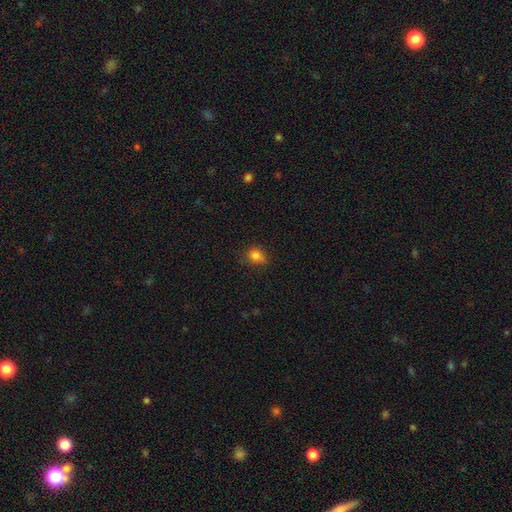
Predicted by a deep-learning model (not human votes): A smooth galaxy with no disk features (81%) that is round (65%).

Vote fractions:
- Smooth or featured? smooth: 81% / star or artifact: 13% / featured or disk: 6%
- How rounded? round: 65% / in between: 34% / cigar-shaped: 1%
- Merging? none: 68% / minor disturbance: 24% / major disturbance: 6% / merger: 2%